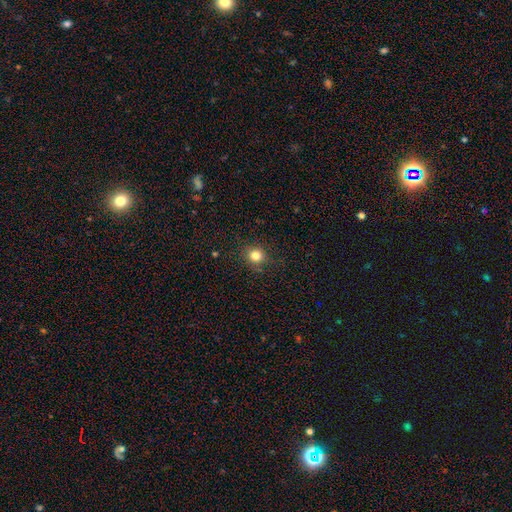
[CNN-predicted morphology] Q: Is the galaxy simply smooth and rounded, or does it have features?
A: smooth — 82%.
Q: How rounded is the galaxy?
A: round — 87%.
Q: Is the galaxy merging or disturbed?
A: none — 88%.